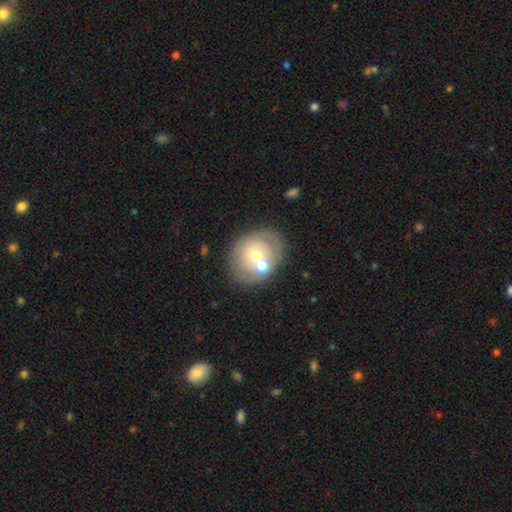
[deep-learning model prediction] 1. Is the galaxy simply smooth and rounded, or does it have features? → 54% smooth, 37% featured or disk, 9% star or artifact.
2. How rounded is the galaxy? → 64% round, 36% in between, 1% cigar-shaped.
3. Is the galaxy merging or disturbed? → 54% none, 28% merger, 13% minor disturbance, 5% major disturbance.